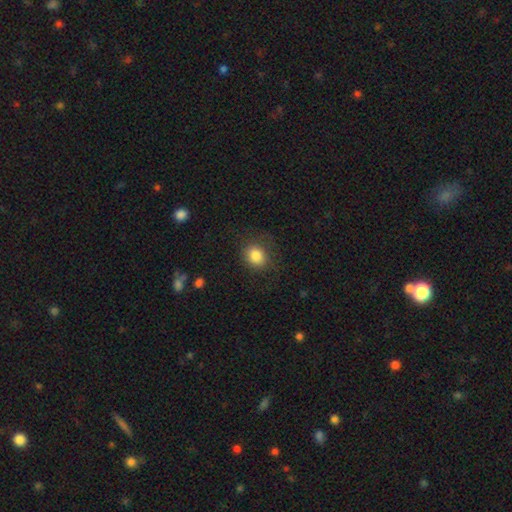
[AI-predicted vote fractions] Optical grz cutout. It shows a smooth galaxy with no disk features (84%) that is round (68%). Merging: none (78%).